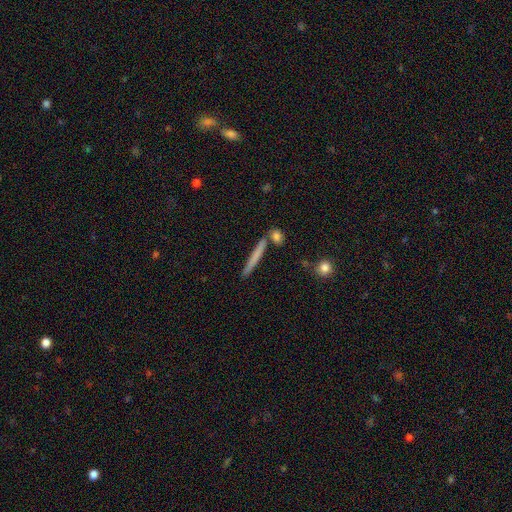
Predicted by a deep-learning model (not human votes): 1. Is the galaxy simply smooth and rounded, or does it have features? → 64% smooth, 29% featured or disk, 7% star or artifact.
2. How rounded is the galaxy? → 95% cigar-shaped, 3% in between, 2% round.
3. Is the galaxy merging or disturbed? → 82% none, 9% minor disturbance, 7% merger, 2% major disturbance.